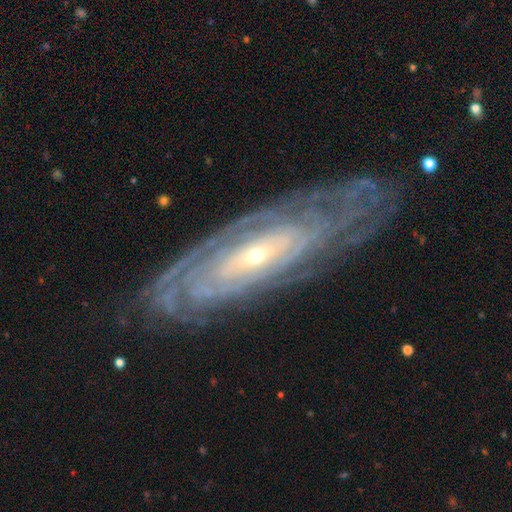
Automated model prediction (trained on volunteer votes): This appears to be a featured or disk galaxy (86%) with no bar (62%), tight (83%) spiral arms (92%) and a small central bulge (78%). Merging: none (78%).